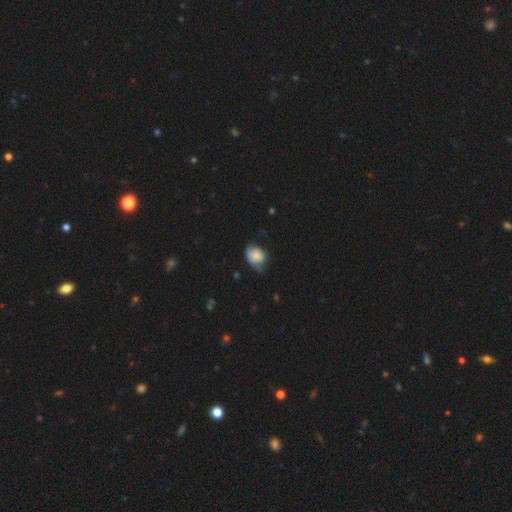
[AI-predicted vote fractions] Smooth or featured: smooth — 69% (featured or disk — 23%)
How rounded: round — 50% (in between — 49%)
Merging: none — 41% (minor disturbance — 40%)